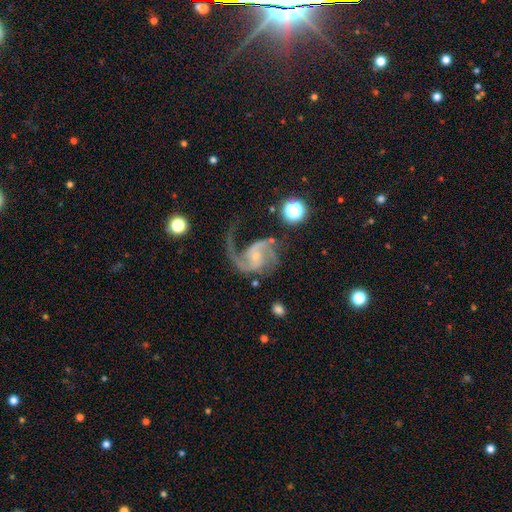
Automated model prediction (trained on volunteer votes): smooth-or-featured: featured or disk: 89% | star or artifact: 6% | smooth: 5%
  disk-edge-on: no: 98% | yes: 2%
    bar: no: 55% | weak: 36% | strong: 8%
    has-spiral-arms: yes: 97% | no: 3%
      spiral-winding: loose: 46% | medium: 44% | tight: 10%
      spiral-arm-count: 2: 72% | 1: 12% | 3: 7% | can't tell: 4% | 4: 2% | more than 4: 2%
    bulge-size: small: 63% | moderate: 19% | none: 14% | large: 2% | dominant: 1%
  merging: none: 48% | major disturbance: 31% | minor disturbance: 17% | merger: 4%